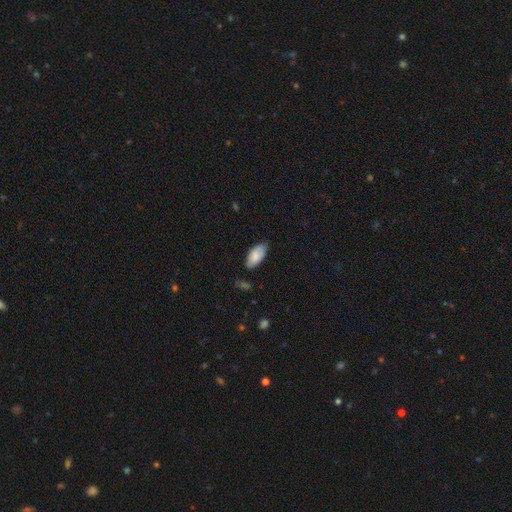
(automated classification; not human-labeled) A smooth galaxy with no disk features (81%) that is in between round and cigar-shaped (93%). Merging: none (74%).